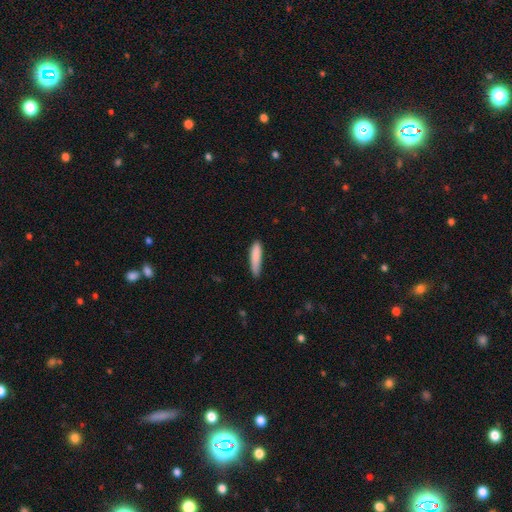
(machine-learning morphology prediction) Overall: smooth (85%). How rounded: cigar-shaped (82%). Merging: none (73%).